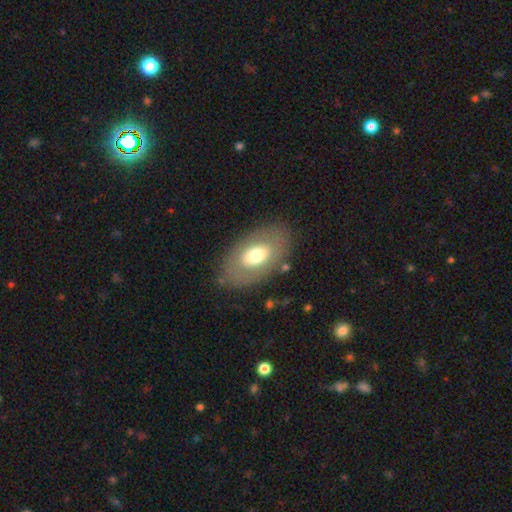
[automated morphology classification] Smooth or featured: smooth — 58% (featured or disk — 35%)
How rounded: in between — 90% (round — 8%)
Merging: none — 80% (minor disturbance — 12%)